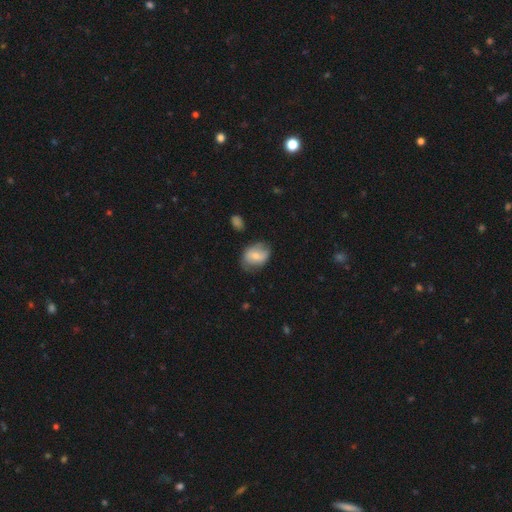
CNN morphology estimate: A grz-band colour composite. It shows a smooth galaxy with no disk features (60%) that is in between round and cigar-shaped (67%). Merging: none (64%).